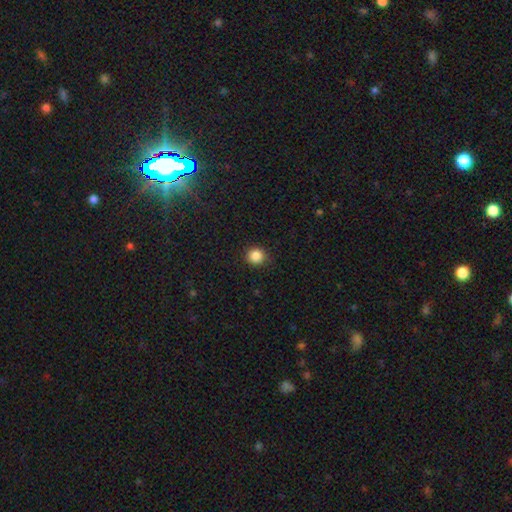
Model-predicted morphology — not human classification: smooth 86%, star or artifact 11%, featured or disk 3%. Down the decision tree: how rounded — round (91%); merging — none (89%).